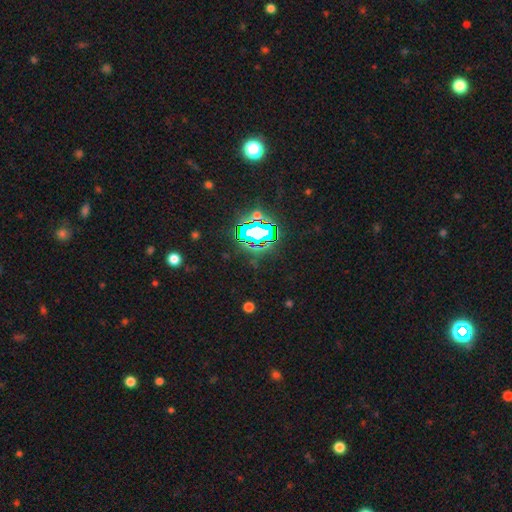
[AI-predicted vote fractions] A star or artifact, not a galaxy (80%).

Vote fractions:
- Smooth or featured? star or artifact: 80% / smooth: 13% / featured or disk: 7%